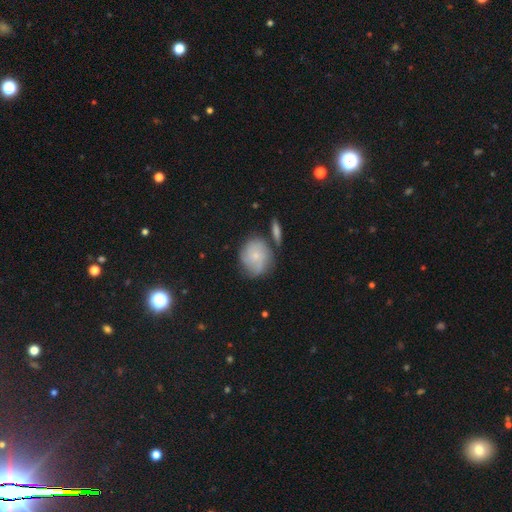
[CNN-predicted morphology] The model was most divided on "smooth or featured" (2-way tie): smooth: 46%, featured or disk: 46%, star or artifact: 8%. More confident: merging — none (61%).